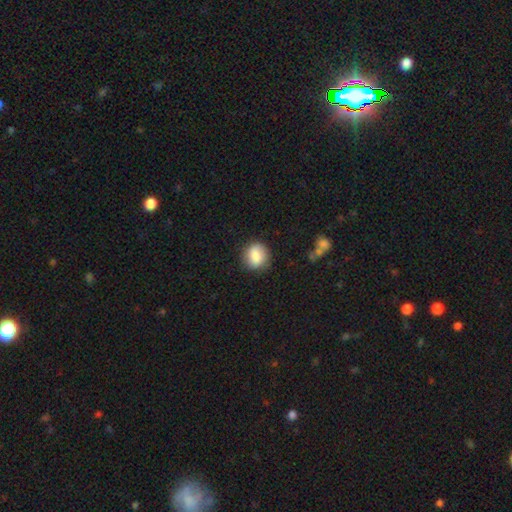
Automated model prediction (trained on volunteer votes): Smooth or featured? Predicted: smooth (p=0.83). How rounded? Predicted: round (p=0.76). Merging? Predicted: none (p=0.82).